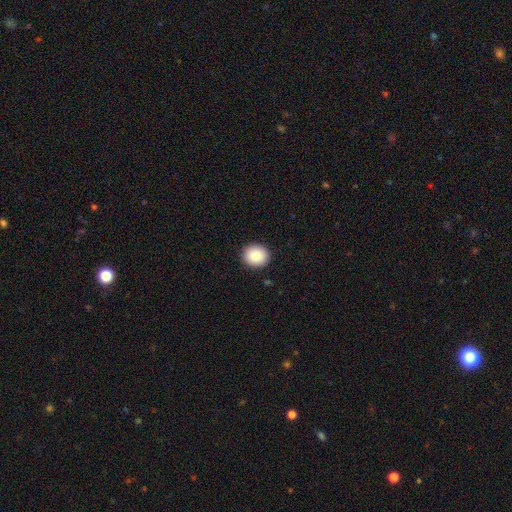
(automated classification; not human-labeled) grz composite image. It shows a smooth galaxy with no disk features (88%) that is round (75%). Merging: none (91%).